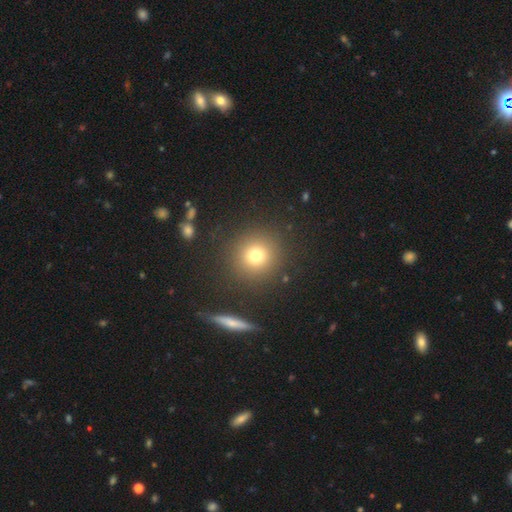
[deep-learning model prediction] Smooth or featured: smooth — 75% (star or artifact — 15%)
How rounded: round — 92% (in between — 7%)
Merging: none — 87% (minor disturbance — 7%)